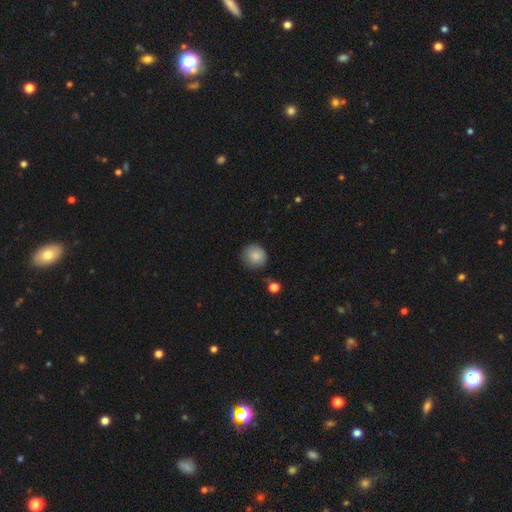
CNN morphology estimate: A smooth galaxy with no disk features (84%) that is round (89%).

Vote fractions:
- Smooth or featured? smooth: 84% / star or artifact: 8% / featured or disk: 8%
- How rounded? round: 89% / in between: 10% / cigar-shaped: 1%
- Merging? none: 77% / minor disturbance: 17% / major disturbance: 4% / merger: 2%